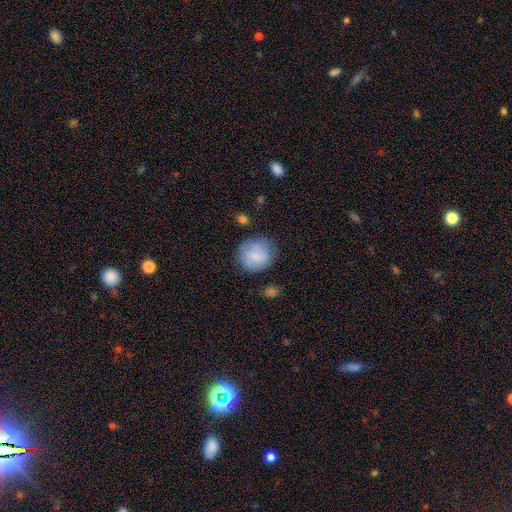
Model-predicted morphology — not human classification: This is likely a smooth galaxy (71%). How rounded: clearly round (86%). Merging: likely none (71%).